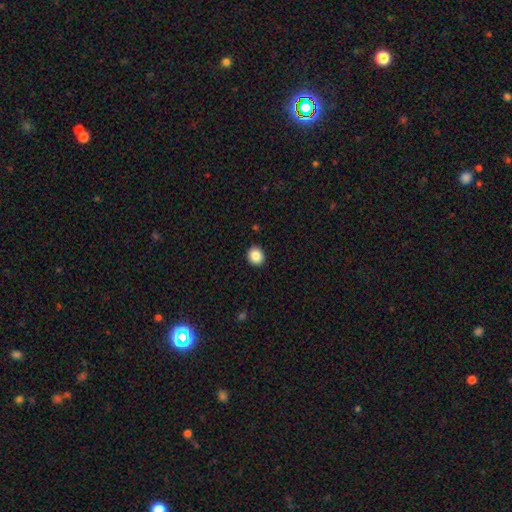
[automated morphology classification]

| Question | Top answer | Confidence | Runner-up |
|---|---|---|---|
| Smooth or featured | smooth | 87% | star or artifact (9%) |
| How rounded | round | 81% | in between (18%) |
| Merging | none | 92% | minor disturbance (5%) |